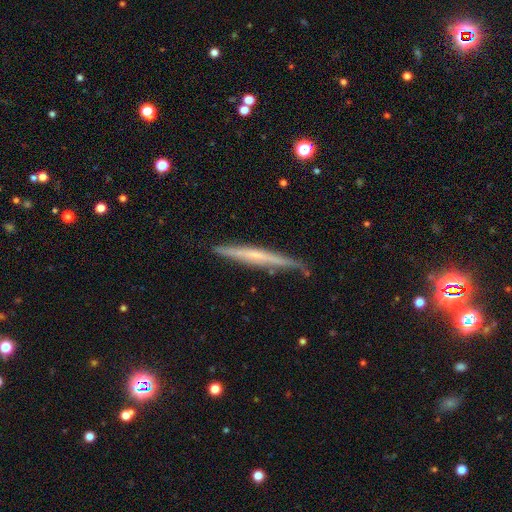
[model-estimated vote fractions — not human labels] A featured or disk galaxy (61%) viewed edge-on (96%) with no central bulge (61%). Merging: none (77%).